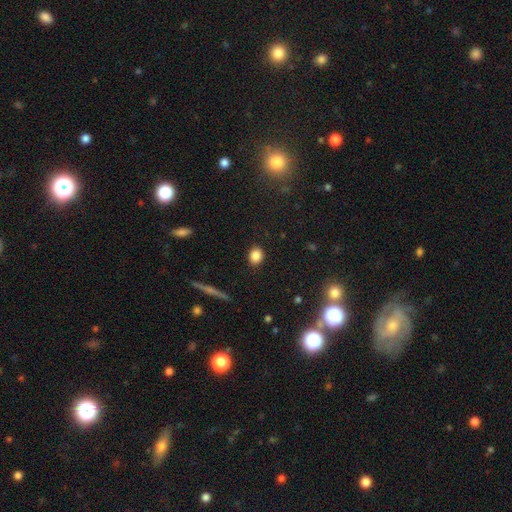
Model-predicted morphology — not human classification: This is clearly a smooth galaxy (85%). How rounded: possibly round (58%). Merging: clearly none (89%).